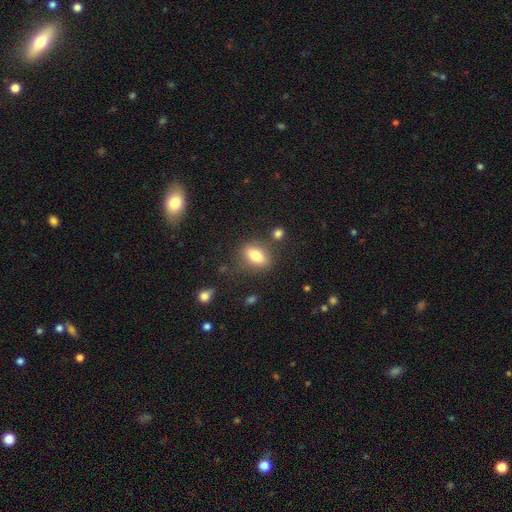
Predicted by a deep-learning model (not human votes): Overall: smooth (79%). How rounded: in between (81%). Merging: none (78%).